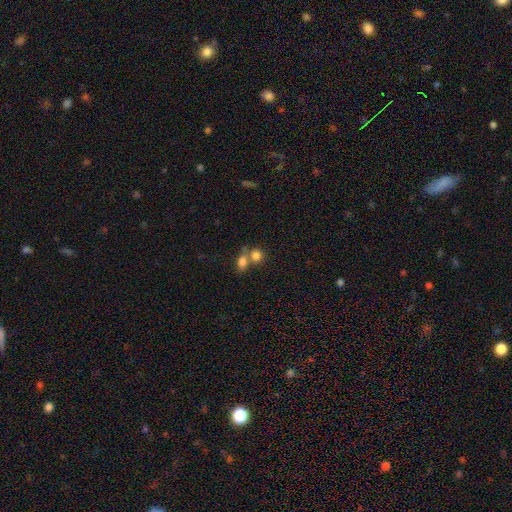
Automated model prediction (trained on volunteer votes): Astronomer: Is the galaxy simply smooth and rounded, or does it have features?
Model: smooth — 81%.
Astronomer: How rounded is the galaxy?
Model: round — 62%.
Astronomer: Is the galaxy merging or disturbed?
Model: merger — 54% (runner-up: none, 35%).